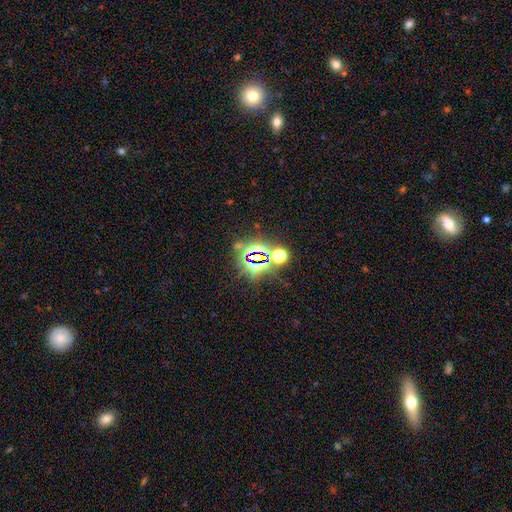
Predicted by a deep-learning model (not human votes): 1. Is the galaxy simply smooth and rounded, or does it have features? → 77% star or artifact, 15% smooth, 8% featured or disk.